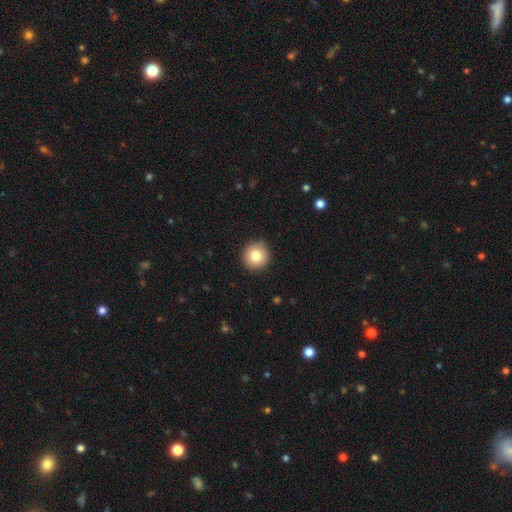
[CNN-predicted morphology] This is clearly a smooth galaxy (81%). How rounded: clearly round (95%). Merging: clearly none (91%).